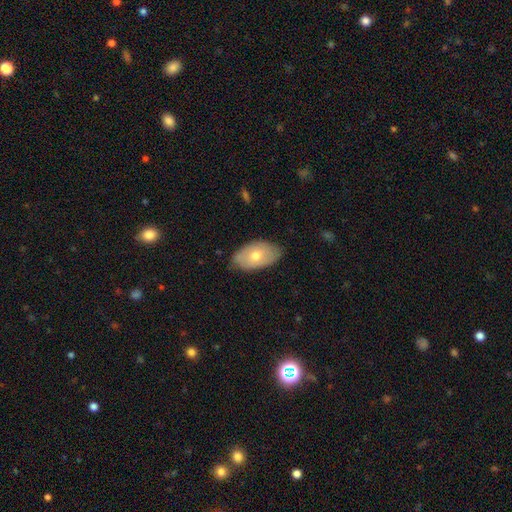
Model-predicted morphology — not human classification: The model was most divided on "smooth or featured": smooth: 59%, featured or disk: 34%, star or artifact: 6%. More confident: how rounded — in between (93%); merging — none (76%).